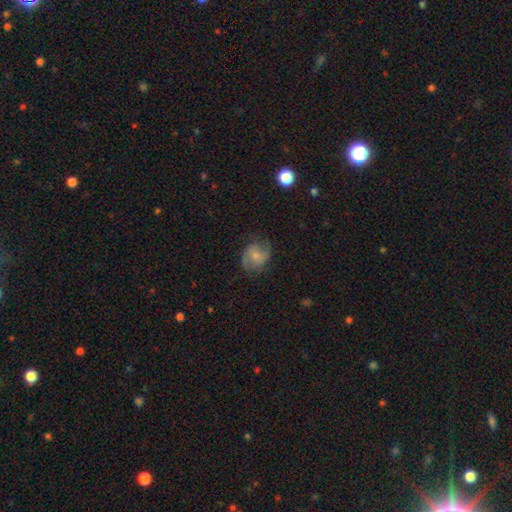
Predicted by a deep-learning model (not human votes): Q: Smooth or featured?
A: featured or disk (57%); runner-up: smooth (35%)
Q: Edge-on disk?
A: no (97%); runner-up: yes (3%)
Q: Bar?
A: no (56%); runner-up: weak (35%)
Q: Spiral arms?
A: yes (88%); runner-up: no (12%)
Q: Bulge size?
A: small (55%); runner-up: moderate (30%)
Q: Merging?
A: none (65%); runner-up: minor disturbance (21%)